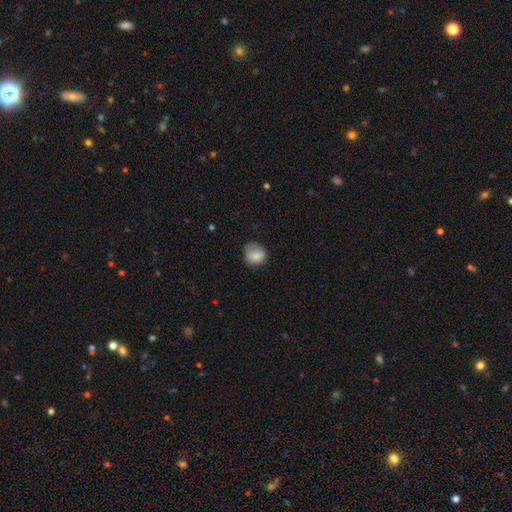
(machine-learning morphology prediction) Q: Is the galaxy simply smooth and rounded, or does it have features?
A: smooth — 82%.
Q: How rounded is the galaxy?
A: round — 74%.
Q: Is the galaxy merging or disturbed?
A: none — 63%.